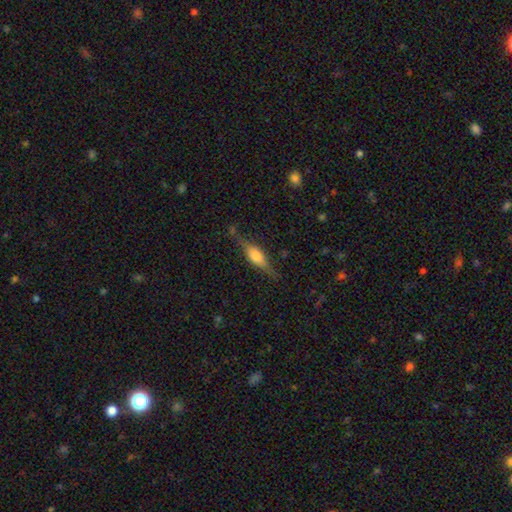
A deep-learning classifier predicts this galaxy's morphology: Smooth or featured: featured or disk — 52% (smooth — 40%)
Edge-on disk: yes — 91% (no — 9%)
Merging: none — 74% (minor disturbance — 18%)